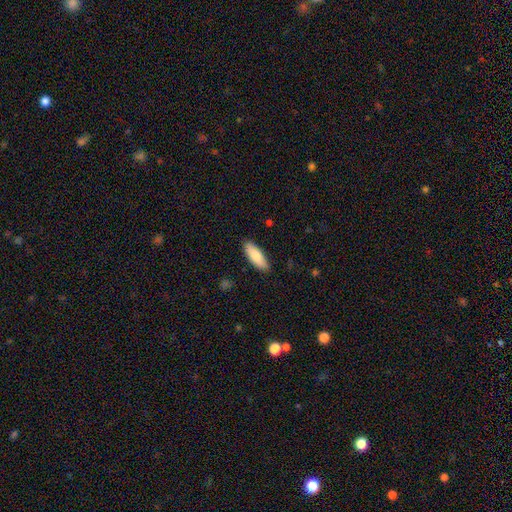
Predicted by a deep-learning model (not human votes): A smooth galaxy with no disk features (81%) that is in between round and cigar-shaped (66%).

Vote fractions:
- Smooth or featured? smooth: 81% / featured or disk: 13% / star or artifact: 6%
- How rounded? in between: 66% / cigar-shaped: 33% / round: 2%
- Merging? none: 88% / minor disturbance: 9% / major disturbance: 2% / merger: 1%